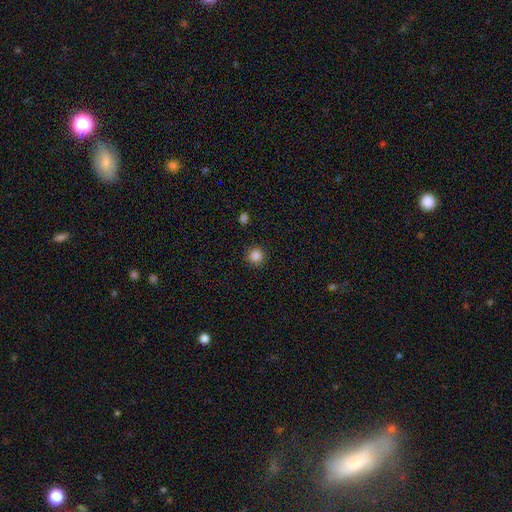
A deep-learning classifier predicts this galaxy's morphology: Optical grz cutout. It shows a smooth galaxy with no disk features (86%) that is round (94%). Merging: none (90%).